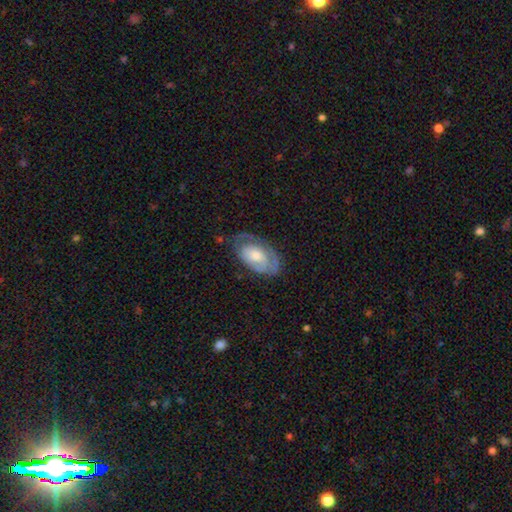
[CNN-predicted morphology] A featured or disk galaxy (57%) with no bar (80%), spiral arms (62%) and a moderate central bulge (50%). Merging: none (56%).